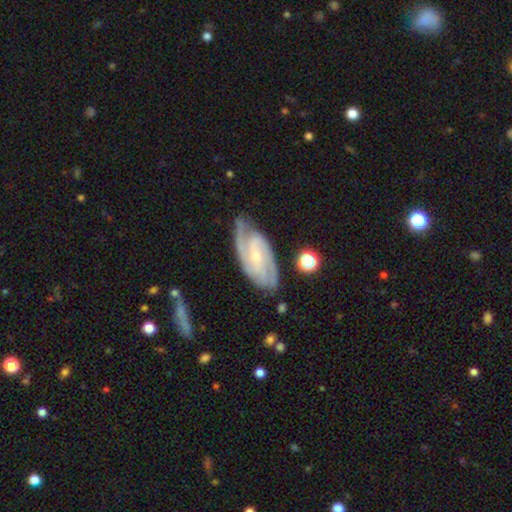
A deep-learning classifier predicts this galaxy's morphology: smooth_or_featured: featured or disk (p=0.88) [alt: smooth p=0.08]
disk_edge_on: no (p=0.95) [alt: yes p=0.05]
bar: no (p=0.47) [alt: weak p=0.38]
has_spiral_arms: yes (p=0.97) [alt: no p=0.03]
spiral_winding: tight (p=0.53) [alt: medium p=0.38]
spiral_arm_count: 2 (p=0.53) [alt: 3 p=0.22]
bulge_size: small (p=0.73) [alt: moderate p=0.23]
merging: none (p=0.73) [alt: minor disturbance p=0.19]